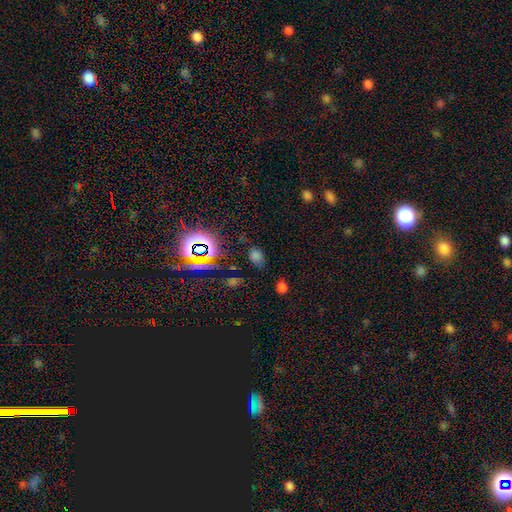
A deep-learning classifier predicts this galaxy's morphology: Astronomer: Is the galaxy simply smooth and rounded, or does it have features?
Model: smooth — 57% (runner-up: star or artifact, 34%).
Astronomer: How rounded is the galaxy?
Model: in between — 80%.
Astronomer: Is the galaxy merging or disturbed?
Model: none — 65%.